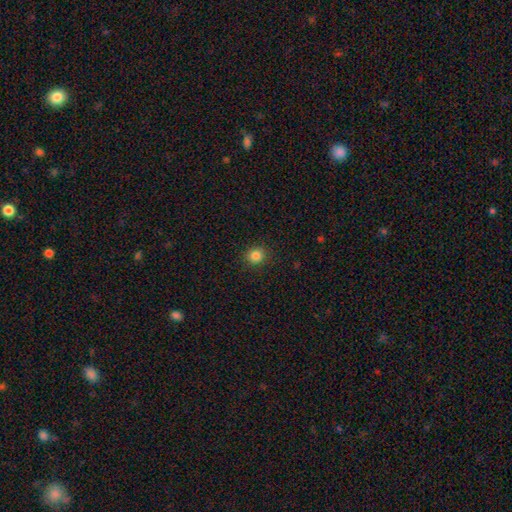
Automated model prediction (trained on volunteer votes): A smooth galaxy with no disk features (84%) that is round (87%).

Vote fractions:
- Smooth or featured? smooth: 84% / star or artifact: 12% / featured or disk: 4%
- How rounded? round: 87% / in between: 12% / cigar-shaped: 1%
- Merging? none: 91% / minor disturbance: 6% / major disturbance: 2% / merger: 1%